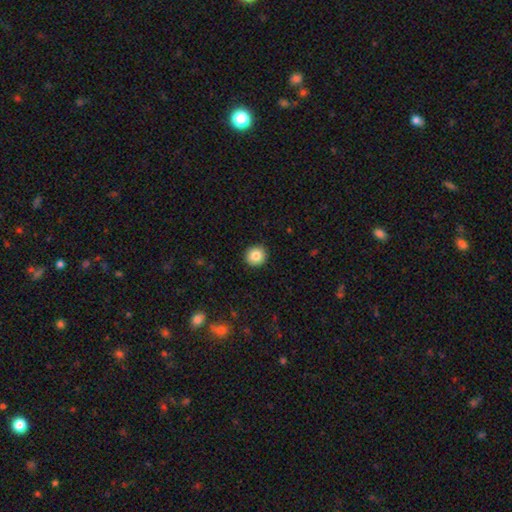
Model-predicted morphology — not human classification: smooth_or_featured: smooth (p=0.84) [alt: star or artifact p=0.09]
how_rounded: round (p=0.94) [alt: in between p=0.06]
merging: none (p=0.92) [alt: minor disturbance p=0.05]